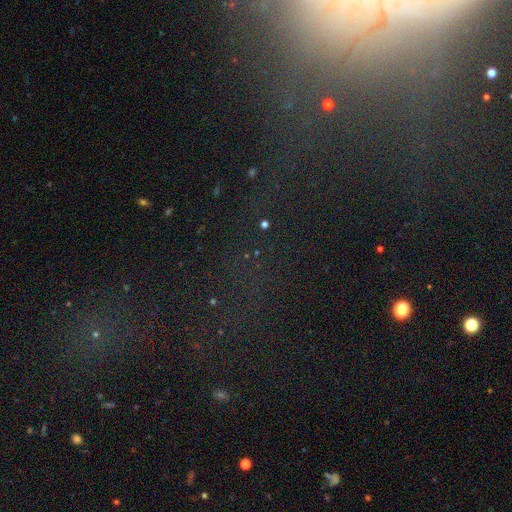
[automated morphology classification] Overall: star or artifact (62%).